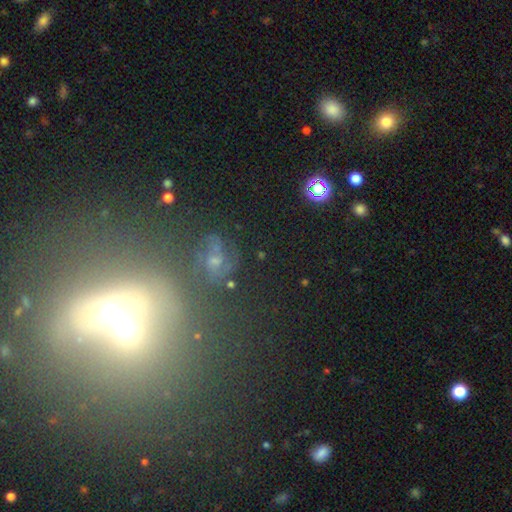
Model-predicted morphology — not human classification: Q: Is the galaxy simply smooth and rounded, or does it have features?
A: star or artifact — 38%.